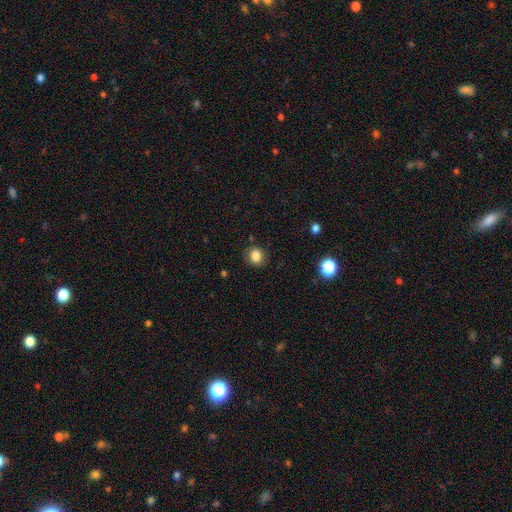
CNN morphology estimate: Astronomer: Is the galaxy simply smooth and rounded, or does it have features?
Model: smooth — 83%.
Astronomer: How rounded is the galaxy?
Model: round — 76%.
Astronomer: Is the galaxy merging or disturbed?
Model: none — 84%.